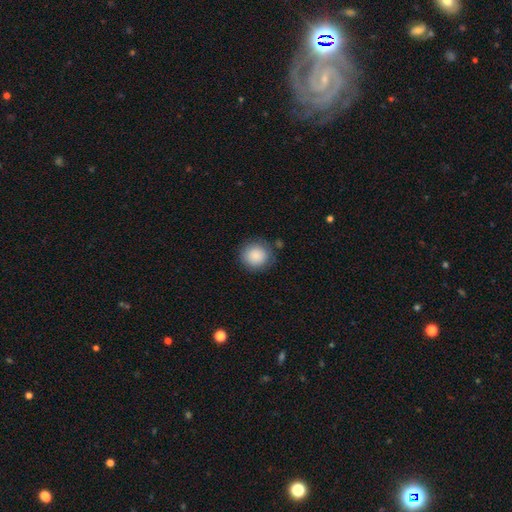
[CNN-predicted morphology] This appears to be a smooth galaxy with no disk features (88%) that is round (92%). Merging: none (84%).